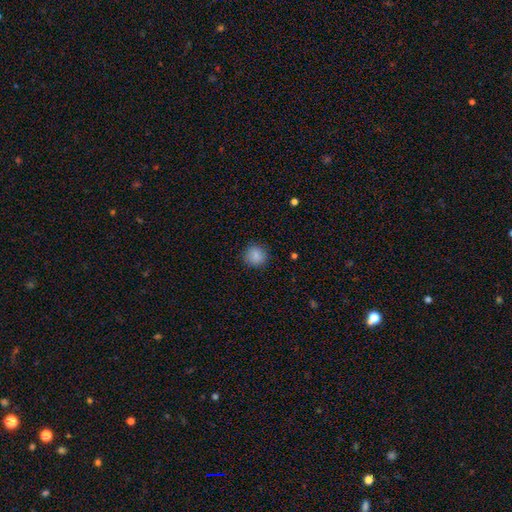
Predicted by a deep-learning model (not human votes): smooth_or_featured: smooth (p=0.87) [alt: star or artifact p=0.09]
how_rounded: round (p=0.92) [alt: in between p=0.07]
merging: none (p=0.90) [alt: minor disturbance p=0.07]